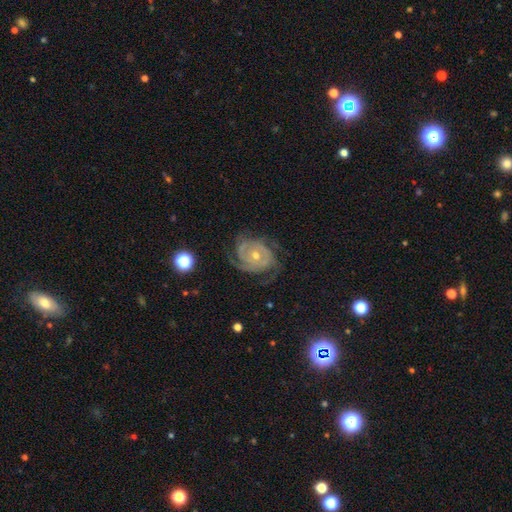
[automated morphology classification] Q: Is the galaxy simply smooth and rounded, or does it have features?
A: featured or disk — 88%.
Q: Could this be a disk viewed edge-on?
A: no — 98%.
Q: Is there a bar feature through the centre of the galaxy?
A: no — 78%.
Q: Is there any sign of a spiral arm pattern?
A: yes — 97%.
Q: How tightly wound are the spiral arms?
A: tight — 69%.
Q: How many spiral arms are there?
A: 3 — 34%.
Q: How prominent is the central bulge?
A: small — 55%.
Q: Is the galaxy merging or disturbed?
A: none — 71%.